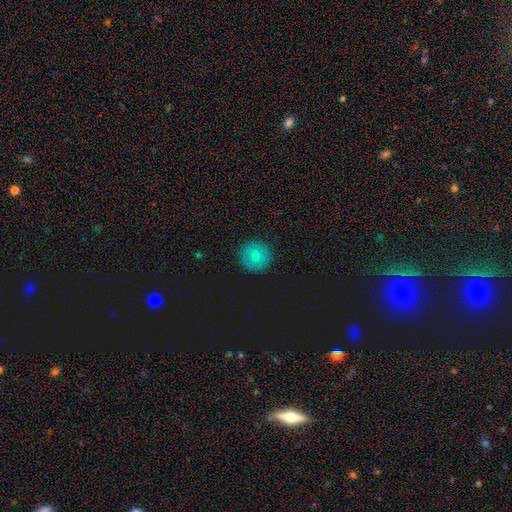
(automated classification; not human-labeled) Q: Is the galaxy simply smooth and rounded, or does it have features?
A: smooth — 69%.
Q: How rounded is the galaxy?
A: round — 94%.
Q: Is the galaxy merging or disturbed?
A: none — 92%.